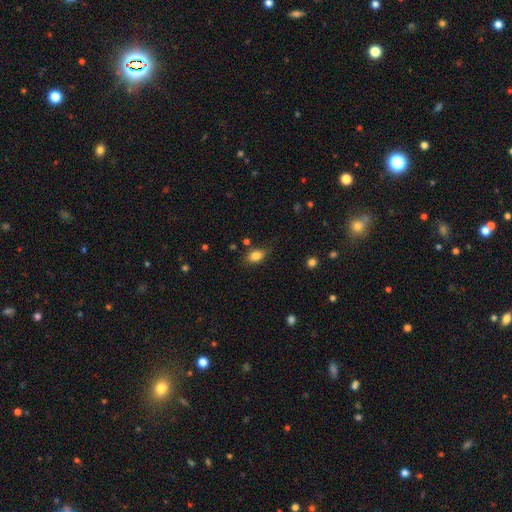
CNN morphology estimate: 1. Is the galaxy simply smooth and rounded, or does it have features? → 84% smooth, 9% star or artifact, 7% featured or disk.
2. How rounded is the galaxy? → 83% in between, 15% round, 3% cigar-shaped.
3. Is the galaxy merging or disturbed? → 73% none, 19% minor disturbance, 5% major disturbance, 3% merger.